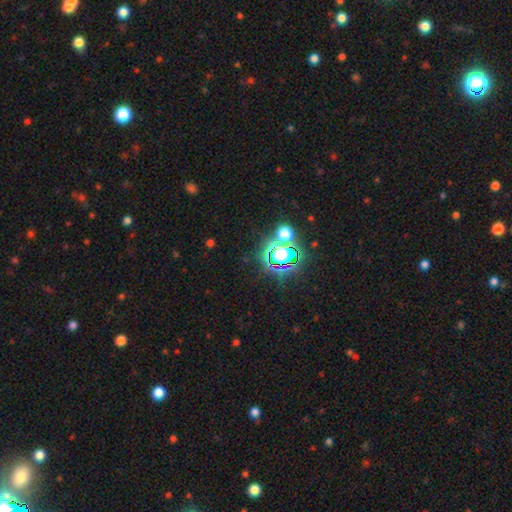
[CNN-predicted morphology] A star or artifact, not a galaxy (79%).